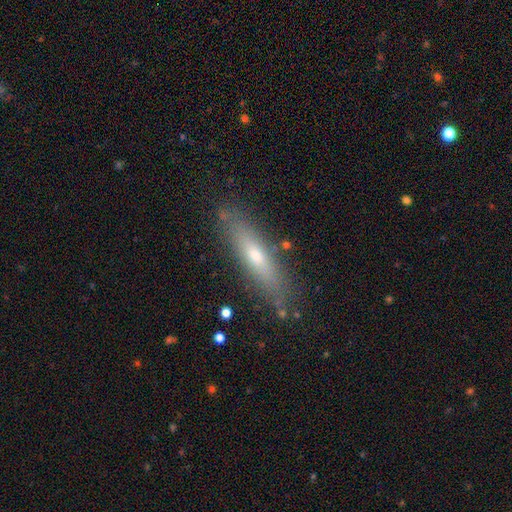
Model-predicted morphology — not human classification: A smooth galaxy with no disk features (46%). Merging: none (83%).